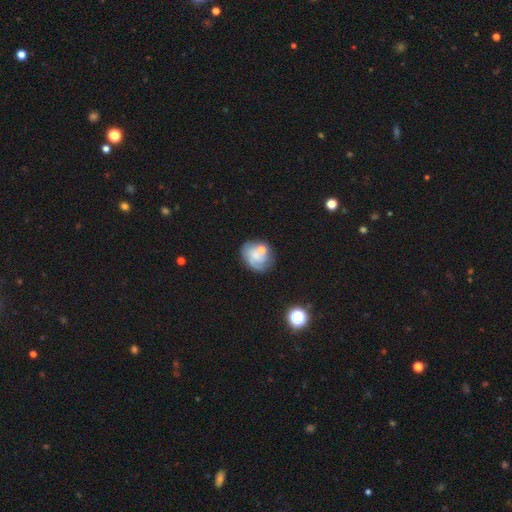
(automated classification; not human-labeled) Morphology: type=smooth (49%); merging=none (52%).